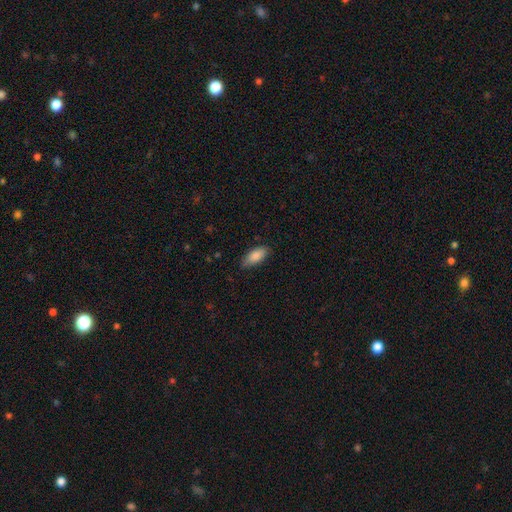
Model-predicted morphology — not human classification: This is clearly a smooth galaxy (87%). How rounded: clearly in between (85%). Merging: likely none (78%).